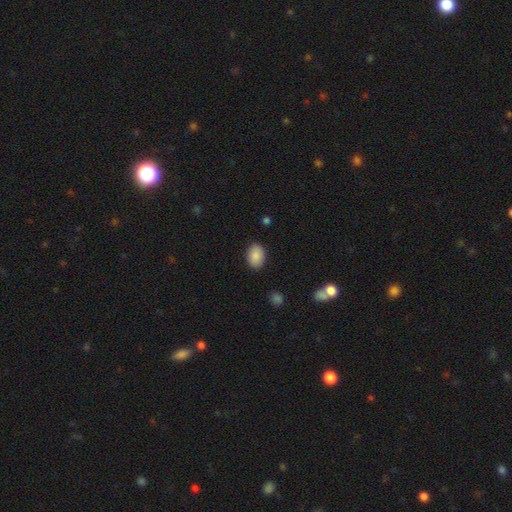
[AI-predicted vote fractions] A smooth galaxy with no disk features (88%) that is in between round and cigar-shaped (81%).

Vote fractions:
- Smooth or featured? smooth: 88% / star or artifact: 7% / featured or disk: 5%
- How rounded? in between: 81% / round: 18% / cigar-shaped: 1%
- Merging? none: 86% / minor disturbance: 10% / major disturbance: 2% / merger: 1%